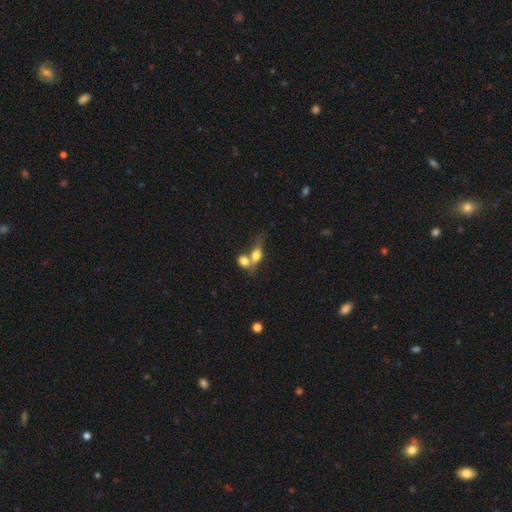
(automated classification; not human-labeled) This appears to be a smooth galaxy with no disk features (72%) that is in between round and cigar-shaped (65%). Merging: merger (65%).